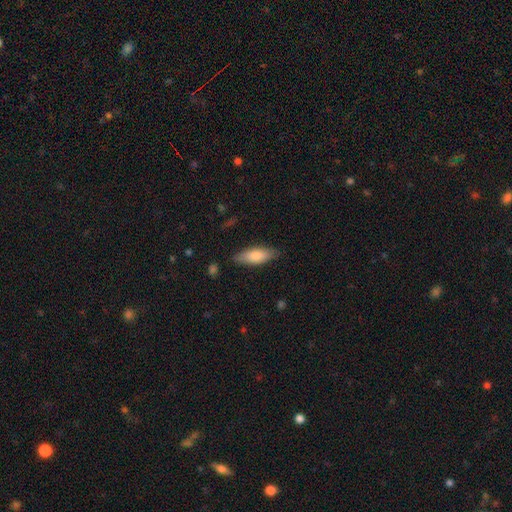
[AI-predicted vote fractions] Smooth or featured? Predicted: smooth (p=0.78). How rounded? Predicted: in between (p=0.70). Merging? Predicted: none (p=0.83).